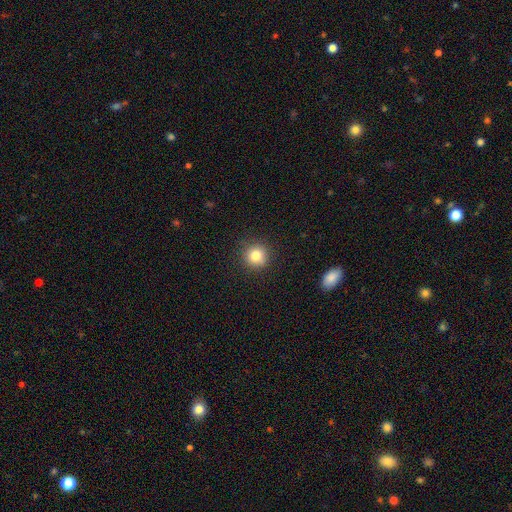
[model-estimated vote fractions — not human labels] Overall: smooth (82%). How rounded: round (94%). Merging: none (90%).